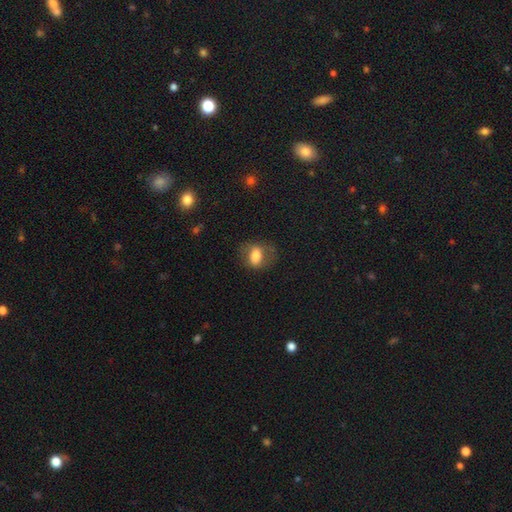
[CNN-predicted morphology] This is likely a smooth galaxy (67%). How rounded: likely in between (75%). Merging: likely none (68%).